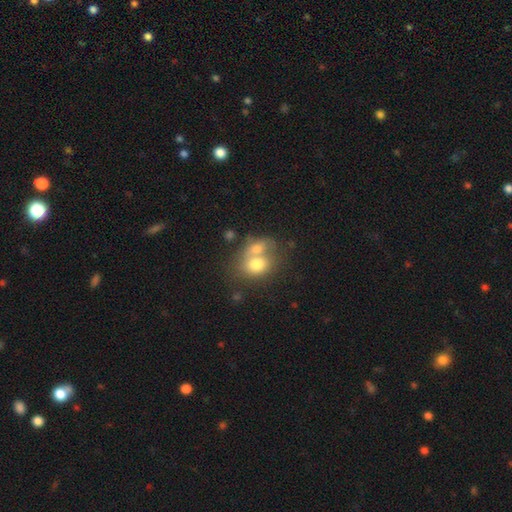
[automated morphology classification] Overall: smooth (69%). How rounded: round (52%; in between 47%). Merging: merger (55%; none 30%).